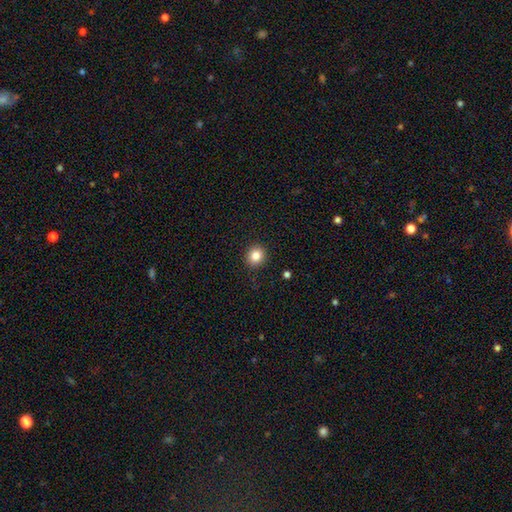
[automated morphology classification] smooth_or_featured: smooth (p=0.84) [alt: star or artifact p=0.11]
how_rounded: round (p=0.86) [alt: in between p=0.13]
merging: none (p=0.91) [alt: minor disturbance p=0.06]